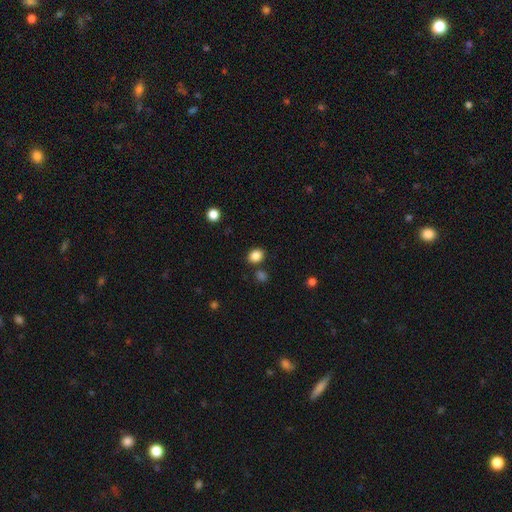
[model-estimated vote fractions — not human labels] Smooth or featured: smooth — 86% (star or artifact — 10%)
How rounded: in between — 50% (round — 49%)
Merging: none — 81% (minor disturbance — 10%)